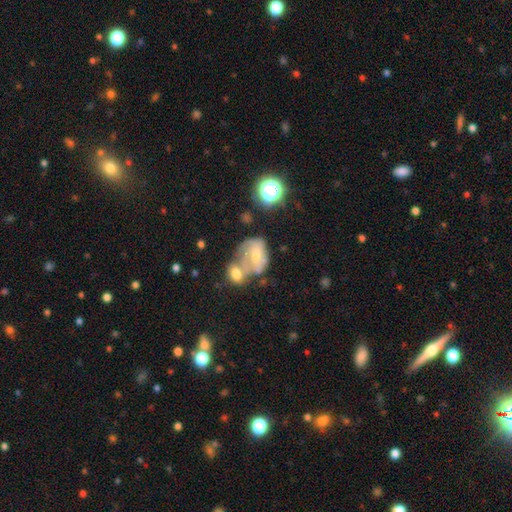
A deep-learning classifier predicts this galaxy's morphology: Smooth or featured? featured or disk (59%)
Edge-on disk? no (96%)
Bar? no (57%)
Spiral arms? yes (68%)
Bulge size? moderate (49%)
Merging? merger (51%)